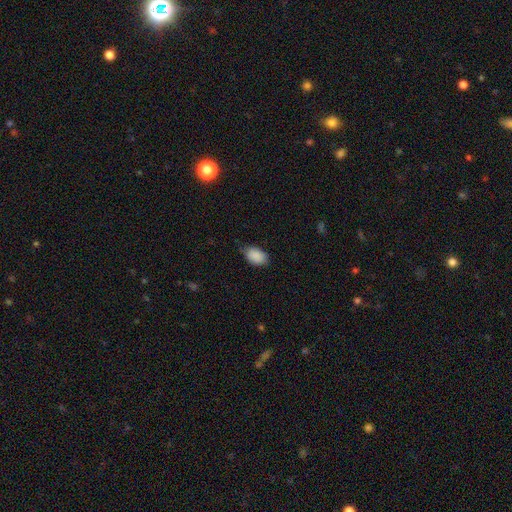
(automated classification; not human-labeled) smooth_or_featured: smooth (p=0.89) [alt: star or artifact p=0.07]
how_rounded: in between (p=0.89) [alt: round p=0.09]
merging: none (p=0.69) [alt: minor disturbance p=0.25]